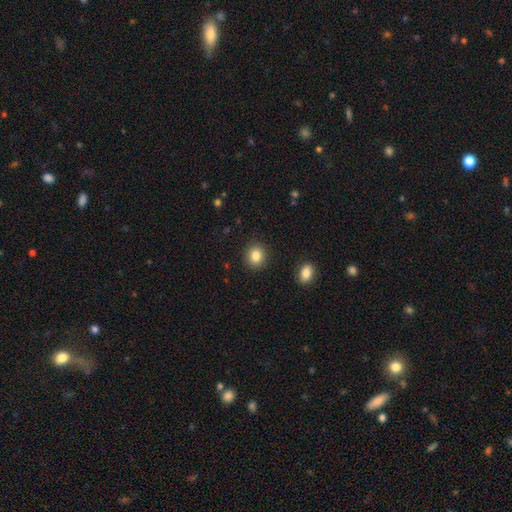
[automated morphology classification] Smooth or featured: smooth — 84% (star or artifact — 10%)
How rounded: round — 76% (in between — 23%)
Merging: none — 90% (minor disturbance — 7%)